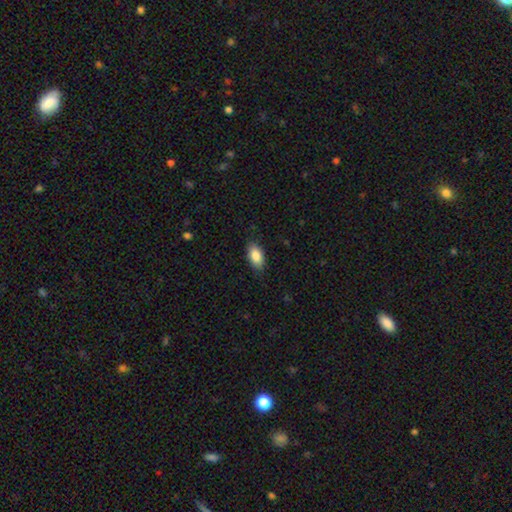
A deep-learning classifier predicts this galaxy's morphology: Q: Smooth or featured?
A: smooth (85%); runner-up: featured or disk (8%)
Q: How rounded?
A: in between (92%); runner-up: round (4%)
Q: Merging?
A: none (86%); runner-up: minor disturbance (10%)